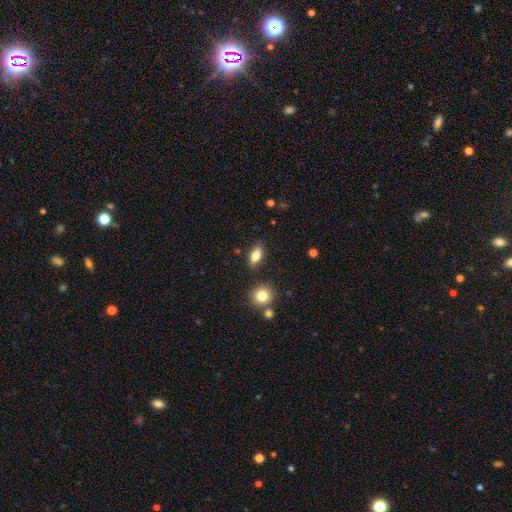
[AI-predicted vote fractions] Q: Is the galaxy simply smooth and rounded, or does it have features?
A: smooth — 76%.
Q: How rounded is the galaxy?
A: in between — 82%.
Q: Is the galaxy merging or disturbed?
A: none — 84%.